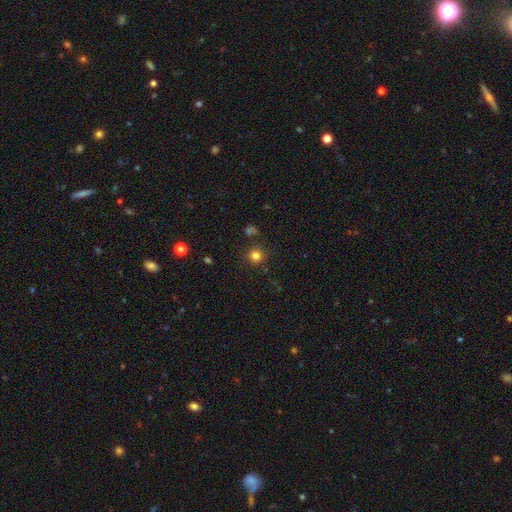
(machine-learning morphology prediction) A smooth galaxy with no disk features (80%) that is round (94%).

Vote fractions:
- Smooth or featured? smooth: 80% / star or artifact: 14% / featured or disk: 5%
- How rounded? round: 94% / in between: 5% / cigar-shaped: 1%
- Merging? none: 86% / minor disturbance: 8% / merger: 3% / major disturbance: 3%